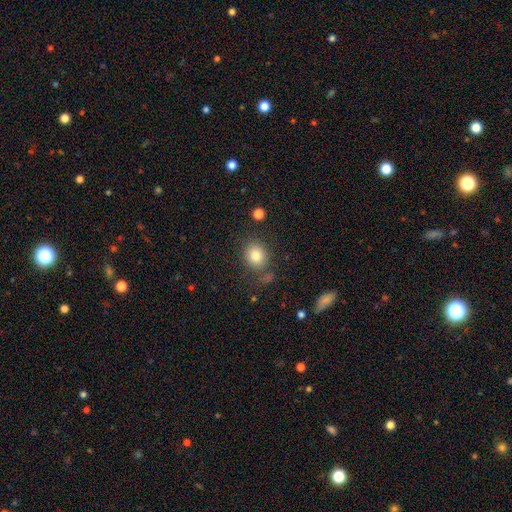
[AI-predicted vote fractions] The model was most divided on "how rounded": round: 73%, in between: 26%, cigar-shaped: 1%. More confident: smooth or featured — smooth (81%); merging — none (76%).